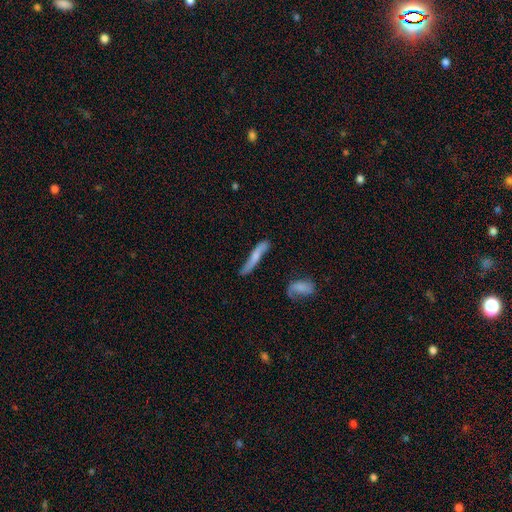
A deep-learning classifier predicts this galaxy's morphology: A smooth galaxy with no disk features (53%) that is cigar-shaped (91%).

Vote fractions:
- Smooth or featured? smooth: 53% / featured or disk: 41% / star or artifact: 6%
- How rounded? cigar-shaped: 91% / in between: 8% / round: 2%
- Merging? none: 62% / minor disturbance: 25% / major disturbance: 8% / merger: 5%